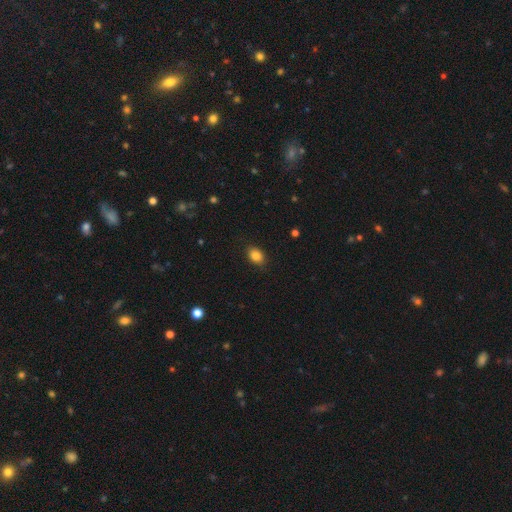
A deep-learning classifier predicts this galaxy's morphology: A smooth galaxy with no disk features (86%) that is in between round and cigar-shaped (69%).

Vote fractions:
- Smooth or featured? smooth: 86% / star or artifact: 10% / featured or disk: 5%
- How rounded? in between: 69% / round: 29% / cigar-shaped: 1%
- Merging? none: 86% / minor disturbance: 11% / major disturbance: 3% / merger: 1%